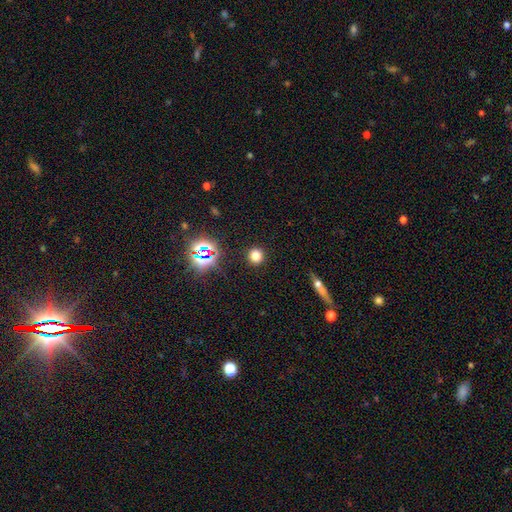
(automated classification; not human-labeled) A smooth galaxy with no disk features (73%) that is round (92%).

Vote fractions:
- Smooth or featured? smooth: 73% / star or artifact: 21% / featured or disk: 6%
- How rounded? round: 92% / in between: 7% / cigar-shaped: 1%
- Merging? none: 91% / minor disturbance: 5% / major disturbance: 2% / merger: 1%